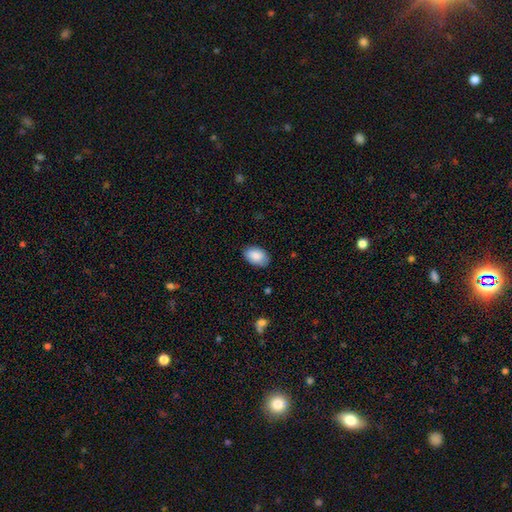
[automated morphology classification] A smooth galaxy with no disk features (89%) that is in between round and cigar-shaped (92%).

Vote fractions:
- Smooth or featured? smooth: 89% / star or artifact: 6% / featured or disk: 5%
- How rounded? in between: 92% / round: 7% / cigar-shaped: 1%
- Merging? none: 84% / minor disturbance: 13% / major disturbance: 2% / merger: 1%